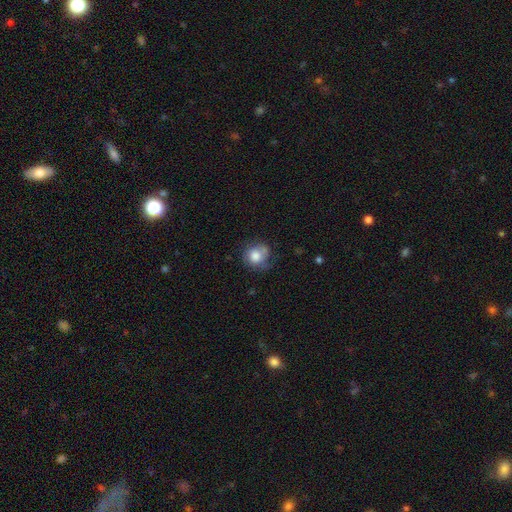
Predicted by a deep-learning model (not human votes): A smooth galaxy with no disk features (71%) that is round (82%). Merging: none (59%).